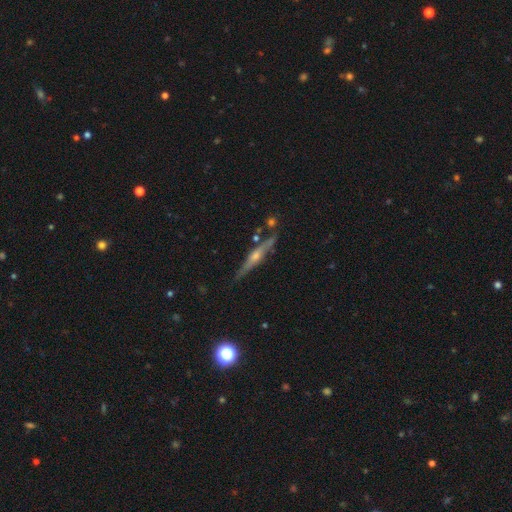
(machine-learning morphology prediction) A featured or disk galaxy (78%) viewed edge-on (97%) with a rounded central bulge (86%).

Vote fractions:
- Smooth or featured? featured or disk: 78% / smooth: 15% / star or artifact: 7%
- Edge-on disk? yes: 97% / no: 3%
- Edge-on bulge? rounded: 86% / none: 8% / boxy: 7%
- Merging? none: 82% / minor disturbance: 11% / merger: 4% / major disturbance: 3%